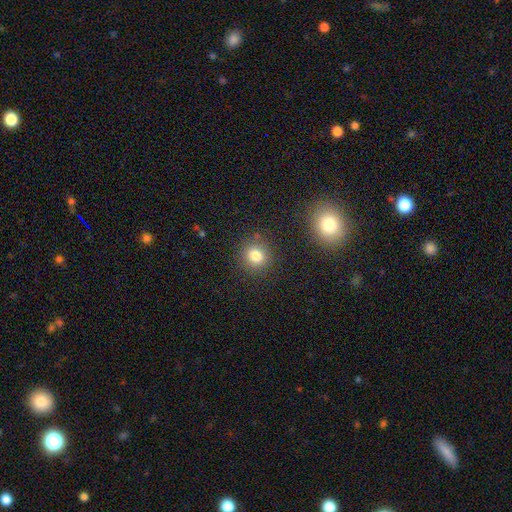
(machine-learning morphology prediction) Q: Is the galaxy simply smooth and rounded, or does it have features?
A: smooth — 80%.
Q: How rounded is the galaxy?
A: round — 81%.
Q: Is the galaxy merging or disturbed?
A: none — 85%.